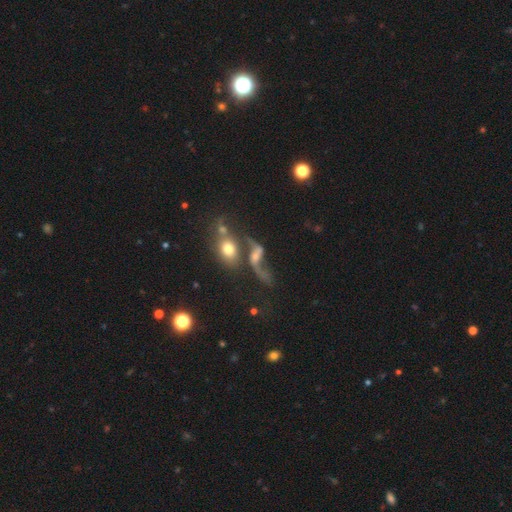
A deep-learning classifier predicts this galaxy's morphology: Smooth or featured? Predicted: featured or disk (p=0.60). Edge-on disk? Predicted: no (p=0.91). Bar? Predicted: no (p=0.53). Spiral arms? Predicted: yes (p=0.76). Bulge size? Predicted: small (p=0.39). Merging? Predicted: merger (p=0.38).